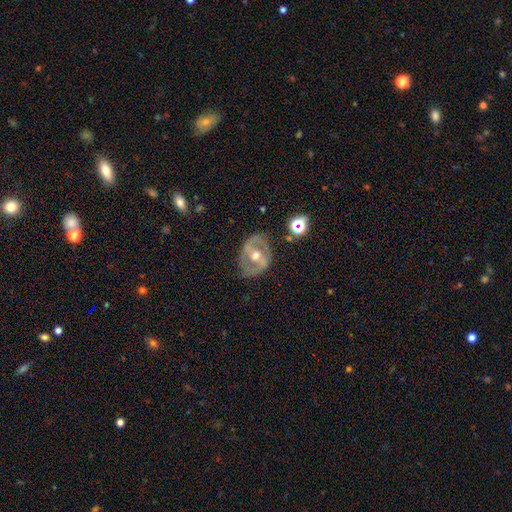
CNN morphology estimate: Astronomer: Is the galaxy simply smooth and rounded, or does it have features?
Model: featured or disk — 75%.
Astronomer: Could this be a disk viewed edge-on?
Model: no — 94%.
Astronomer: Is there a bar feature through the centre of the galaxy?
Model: weak — 37% (runner-up: no, 36%).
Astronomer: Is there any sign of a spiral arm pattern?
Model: yes — 55% (runner-up: no, 45%).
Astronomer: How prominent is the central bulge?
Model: moderate — 74%.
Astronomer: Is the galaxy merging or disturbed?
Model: none — 76%.